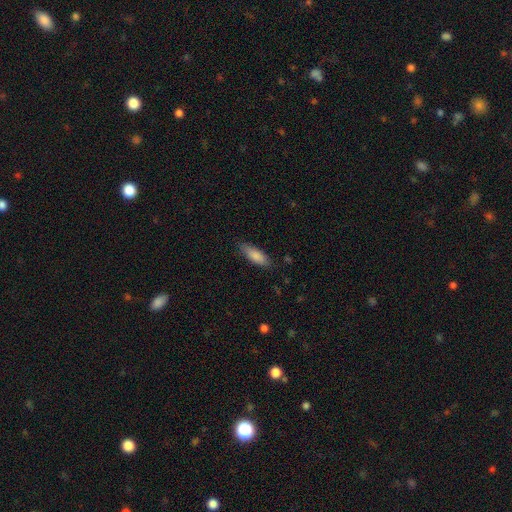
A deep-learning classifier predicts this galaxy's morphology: Smooth or featured? Predicted: smooth (p=0.85). How rounded? Predicted: in between (p=0.59). Merging? Predicted: none (p=0.84).